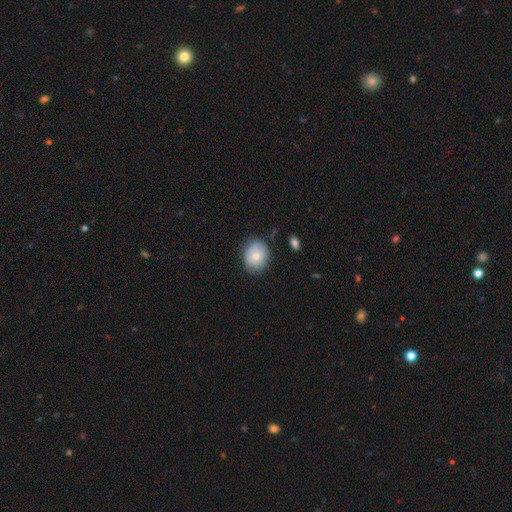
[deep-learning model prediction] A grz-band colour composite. It shows a smooth galaxy with no disk features (64%) that is round (59%). Merging: none (73%).